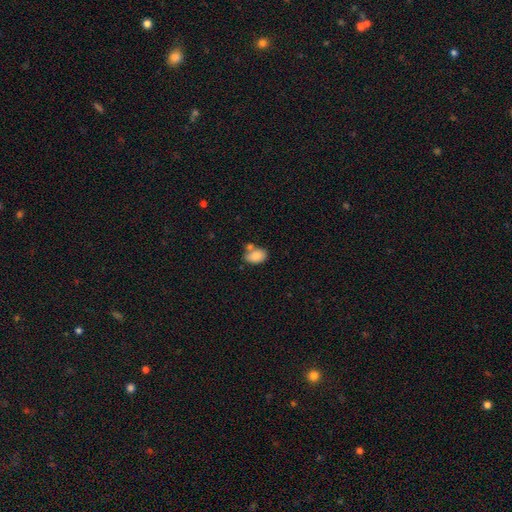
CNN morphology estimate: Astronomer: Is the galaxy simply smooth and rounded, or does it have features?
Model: smooth — 83%.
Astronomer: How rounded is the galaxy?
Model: in between — 86%.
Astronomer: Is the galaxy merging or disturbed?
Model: none — 50% (runner-up: merger, 27%).